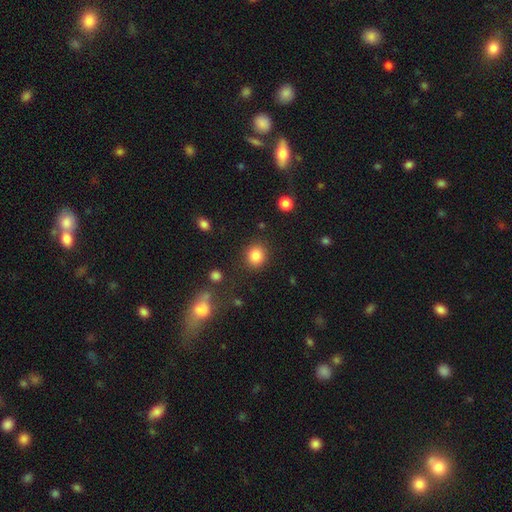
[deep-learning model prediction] Smooth or featured?
  - smooth: 85% *
  - star or artifact: 10%
  - featured or disk: 5%
How rounded?
  - round: 82% *
  - in between: 17%
  - cigar-shaped: 1%
Merging?
  - none: 87% *
  - minor disturbance: 7%
  - major disturbance: 3%
  - merger: 2%